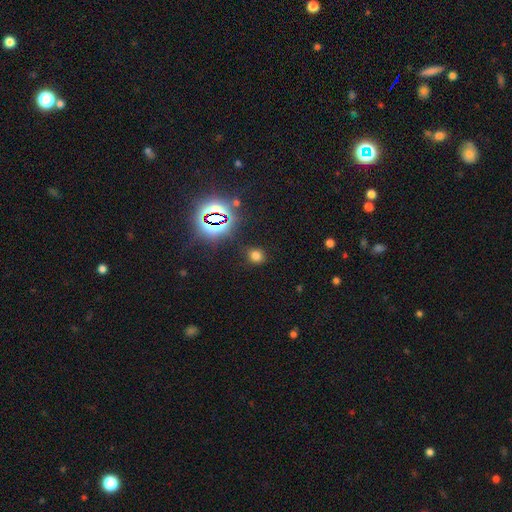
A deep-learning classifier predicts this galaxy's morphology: Smooth or featured?
  - smooth: 65% *
  - star or artifact: 28%
  - featured or disk: 6%
How rounded?
  - round: 74% *
  - in between: 25%
  - cigar-shaped: 1%
Merging?
  - none: 84% *
  - minor disturbance: 10%
  - major disturbance: 4%
  - merger: 2%